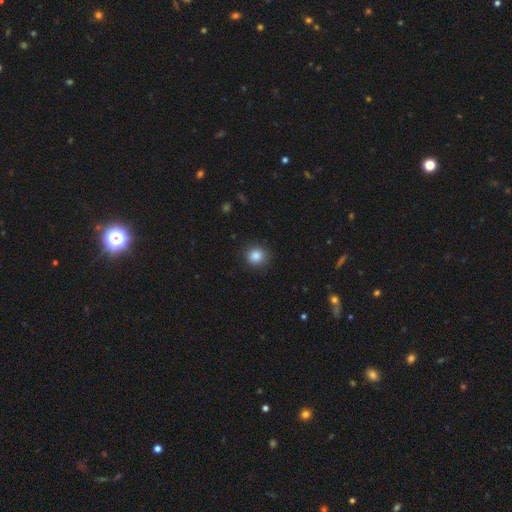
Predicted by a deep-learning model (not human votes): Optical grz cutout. It shows a smooth galaxy with no disk features (85%) that is round (90%). Merging: none (89%).